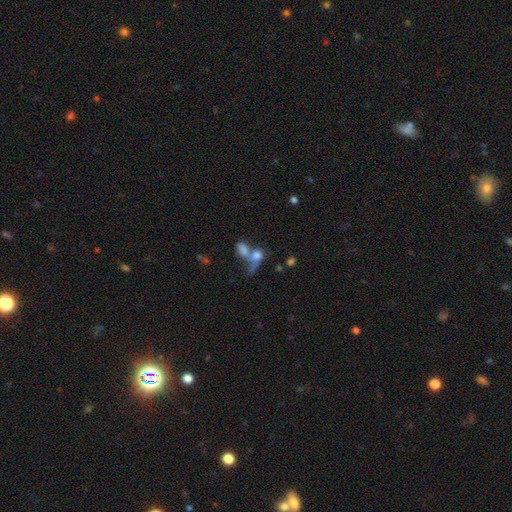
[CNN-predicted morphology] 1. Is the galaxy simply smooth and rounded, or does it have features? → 71% smooth, 17% featured or disk, 12% star or artifact.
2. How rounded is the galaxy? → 51% in between, 44% round, 5% cigar-shaped.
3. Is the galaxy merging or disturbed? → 63% merger, 18% none, 12% major disturbance, 8% minor disturbance.